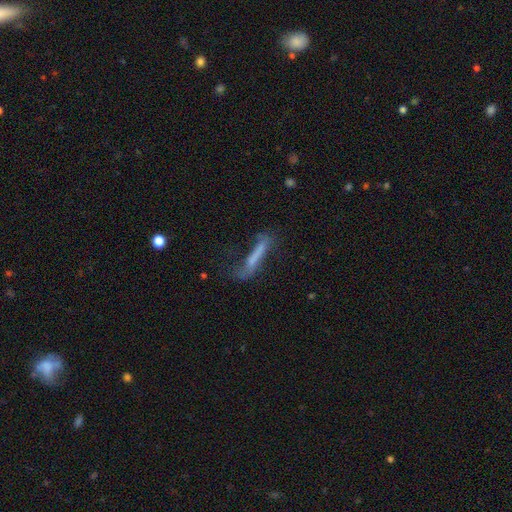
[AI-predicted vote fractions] Smooth or featured?
  - smooth: 52% *
  - featured or disk: 37%
  - star or artifact: 11%
How rounded?
  - cigar-shaped: 88% *
  - in between: 10%
  - round: 2%
Merging?
  - none: 40% *
  - major disturbance: 31%
  - minor disturbance: 24%
  - merger: 6%